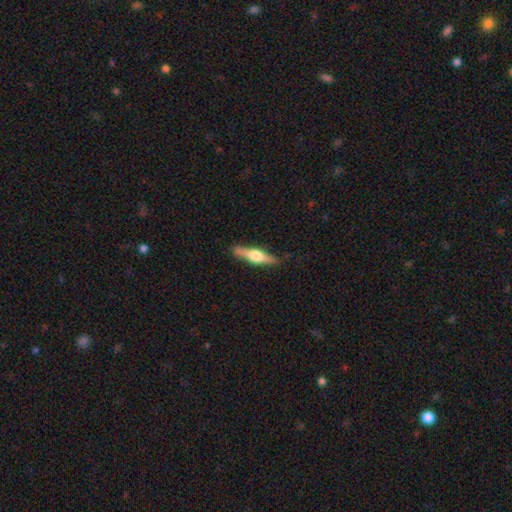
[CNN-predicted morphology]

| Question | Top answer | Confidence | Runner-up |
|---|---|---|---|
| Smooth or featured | featured or disk | 63% | smooth (31%) |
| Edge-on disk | yes | 97% | no (3%) |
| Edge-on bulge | rounded | 92% | boxy (6%) |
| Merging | none | 86% | minor disturbance (10%) |